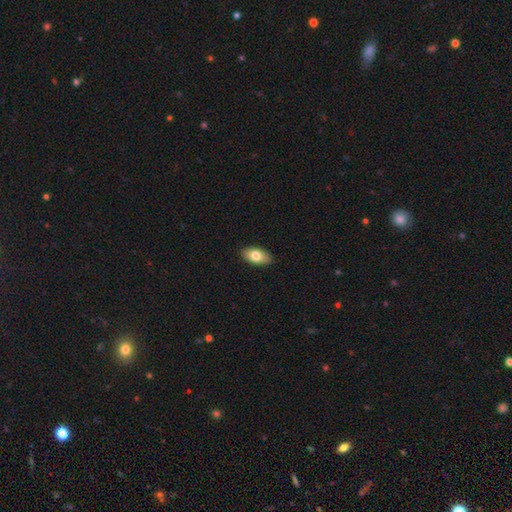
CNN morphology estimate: smooth 78%, featured or disk 15%, star or artifact 7%. Down the decision tree: how rounded — in between (93%); merging — none (90%).